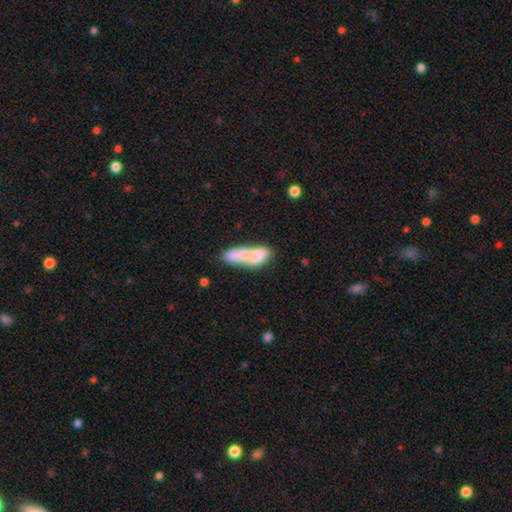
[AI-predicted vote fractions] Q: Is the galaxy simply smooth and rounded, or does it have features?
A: smooth — 68%.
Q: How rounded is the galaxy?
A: in between — 63%.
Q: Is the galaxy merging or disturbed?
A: merger — 65%.